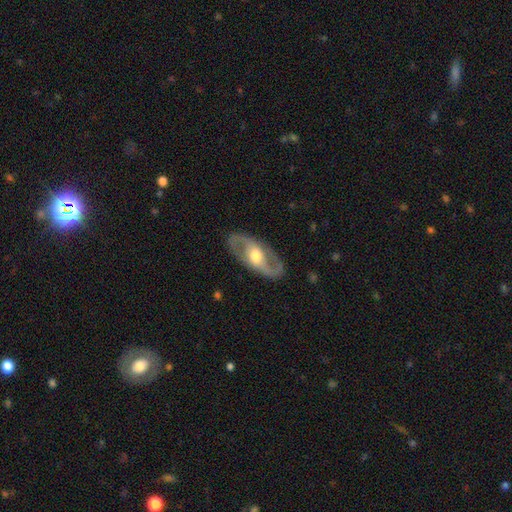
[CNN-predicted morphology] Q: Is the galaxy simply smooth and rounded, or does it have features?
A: featured or disk — 82%.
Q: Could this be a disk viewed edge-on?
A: no — 92%.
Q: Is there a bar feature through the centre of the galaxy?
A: no — 40%.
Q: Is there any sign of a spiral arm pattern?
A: yes — 82%.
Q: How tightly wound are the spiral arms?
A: medium — 51%.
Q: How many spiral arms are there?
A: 2 — 90%.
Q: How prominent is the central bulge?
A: moderate — 71%.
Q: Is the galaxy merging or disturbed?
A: none — 86%.